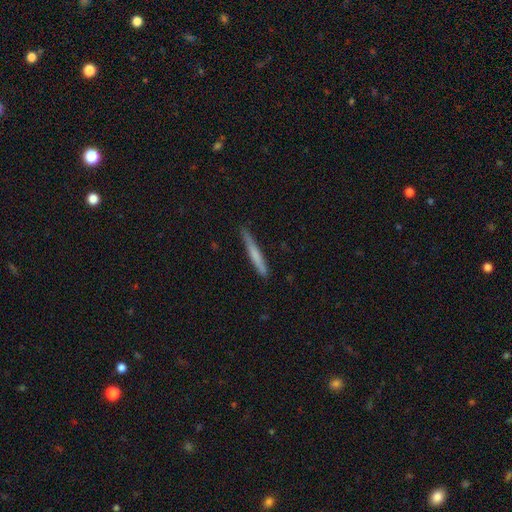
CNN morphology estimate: A smooth galaxy with no disk features (62%) that is cigar-shaped (96%).

Vote fractions:
- Smooth or featured? smooth: 62% / featured or disk: 32% / star or artifact: 6%
- How rounded? cigar-shaped: 96% / in between: 2% / round: 1%
- Merging? none: 85% / minor disturbance: 12% / major disturbance: 2% / merger: 1%